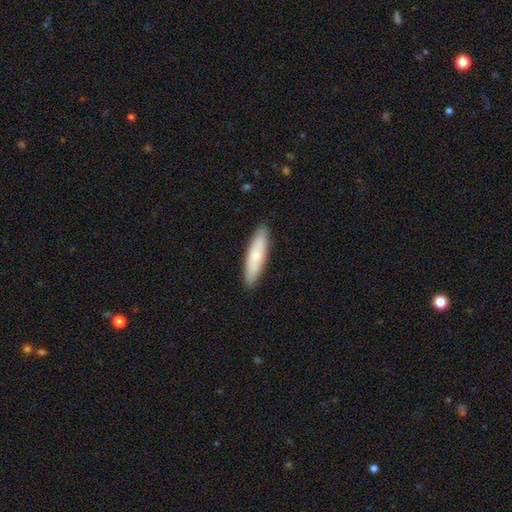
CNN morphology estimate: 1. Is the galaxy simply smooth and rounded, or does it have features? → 73% smooth, 21% featured or disk, 5% star or artifact.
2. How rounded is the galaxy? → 75% cigar-shaped, 23% in between, 2% round.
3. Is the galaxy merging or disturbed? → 89% none, 8% minor disturbance, 2% major disturbance, 1% merger.